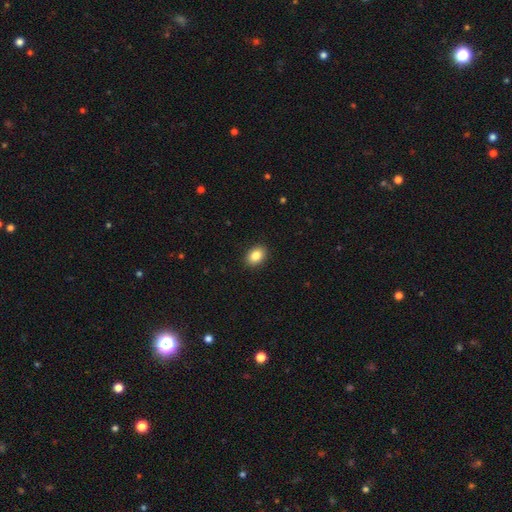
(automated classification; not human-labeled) This is clearly a smooth galaxy (86%). How rounded: likely in between (73%). Merging: clearly none (91%).